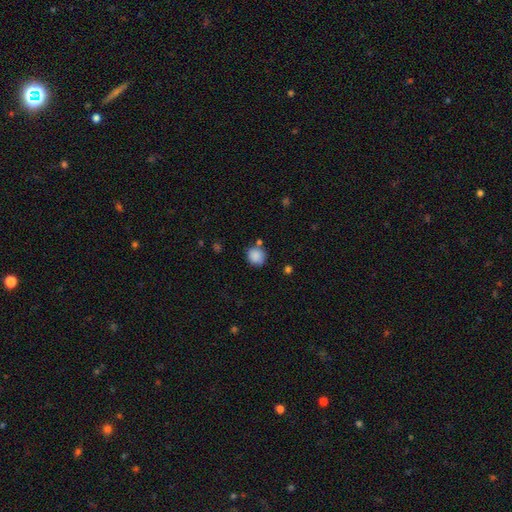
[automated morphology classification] The model was most divided on "merging": none: 75%, minor disturbance: 13%, merger: 8%, major disturbance: 4%. More confident: how rounded — round (87%); smooth or featured — smooth (87%).